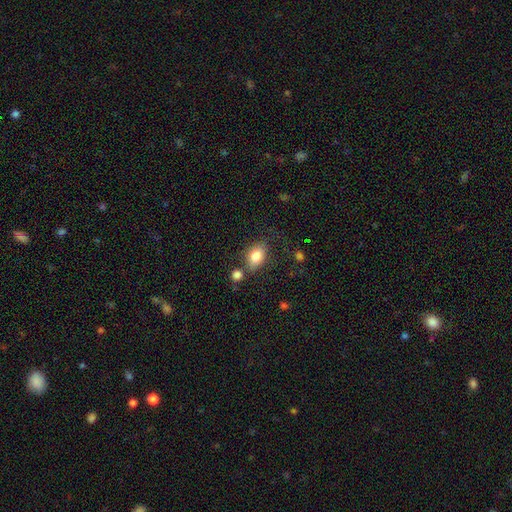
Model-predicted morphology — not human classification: Smooth or featured? smooth (82%)
How rounded? in between (83%)
Merging? none (66%)